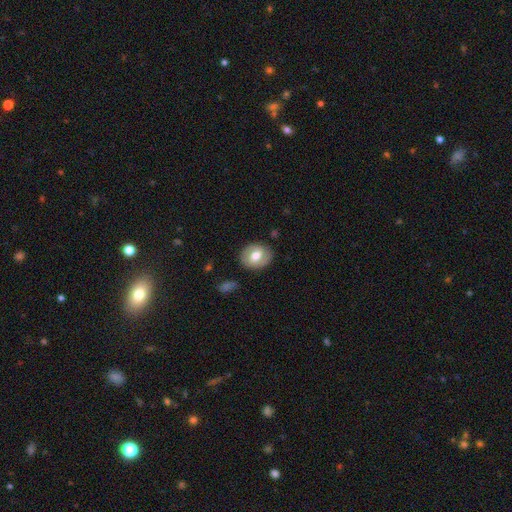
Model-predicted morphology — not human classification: Smooth or featured? Predicted: smooth (p=0.55). How rounded? Predicted: in between (p=0.50). Merging? Predicted: none (p=0.81).